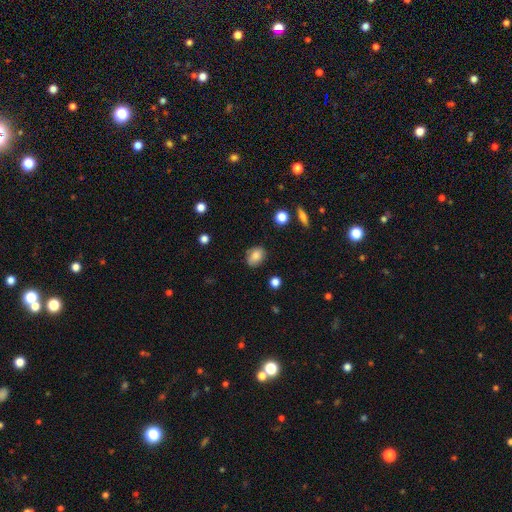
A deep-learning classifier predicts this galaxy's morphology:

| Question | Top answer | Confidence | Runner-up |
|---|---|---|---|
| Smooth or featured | smooth | 83% | star or artifact (9%) |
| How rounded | in between | 69% | round (30%) |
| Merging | none | 77% | minor disturbance (17%) |